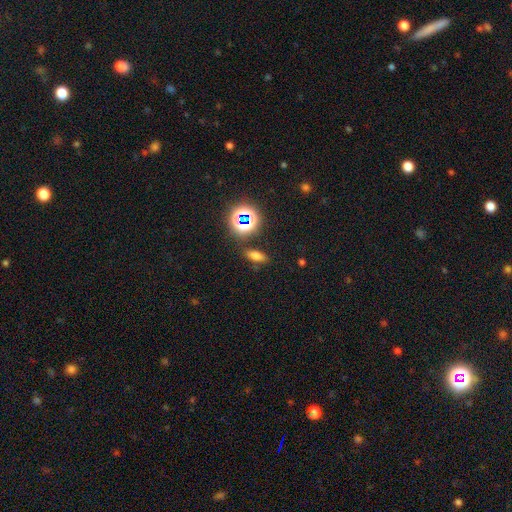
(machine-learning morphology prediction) smooth 65%, star or artifact 24%, featured or disk 11%. Down the decision tree: how rounded — in between (66%); merging — none (82%).